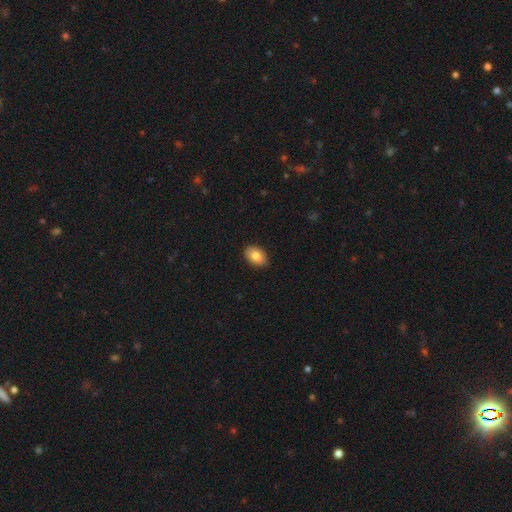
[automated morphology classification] Q: Smooth or featured?
A: smooth (82%); runner-up: featured or disk (11%)
Q: How rounded?
A: in between (86%); runner-up: round (13%)
Q: Merging?
A: none (88%); runner-up: minor disturbance (10%)